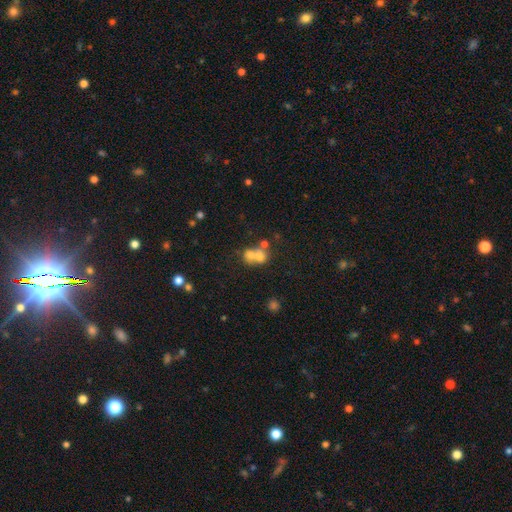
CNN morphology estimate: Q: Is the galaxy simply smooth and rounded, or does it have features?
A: smooth — 64%.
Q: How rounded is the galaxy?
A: round — 69%.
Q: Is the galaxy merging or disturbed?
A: merger — 63%.